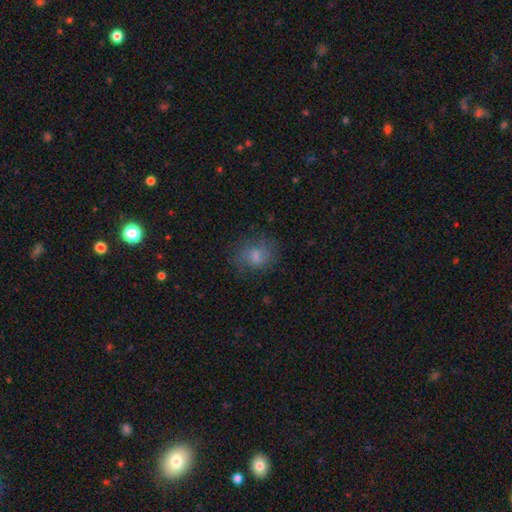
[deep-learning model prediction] Overall: smooth (63%). How rounded: round (57%; in between 42%). Merging: none (71%).